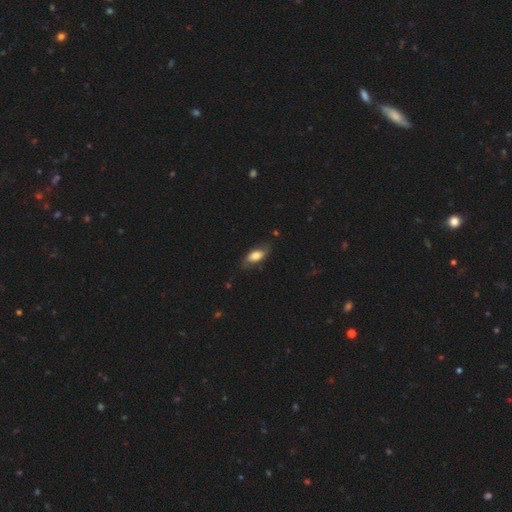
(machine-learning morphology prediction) Smooth or featured?
  - smooth: 66% *
  - featured or disk: 27%
  - star or artifact: 7%
How rounded?
  - in between: 84% *
  - cigar-shaped: 11%
  - round: 5%
Merging?
  - none: 68% *
  - minor disturbance: 23%
  - major disturbance: 7%
  - merger: 2%